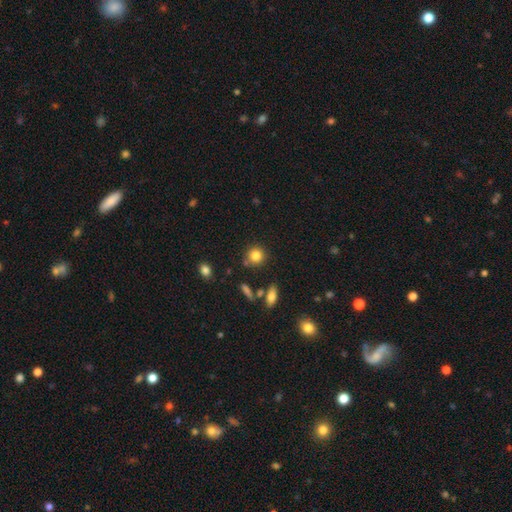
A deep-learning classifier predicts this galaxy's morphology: This appears to be a smooth galaxy with no disk features (83%) that is round (89%). Merging: none (80%).